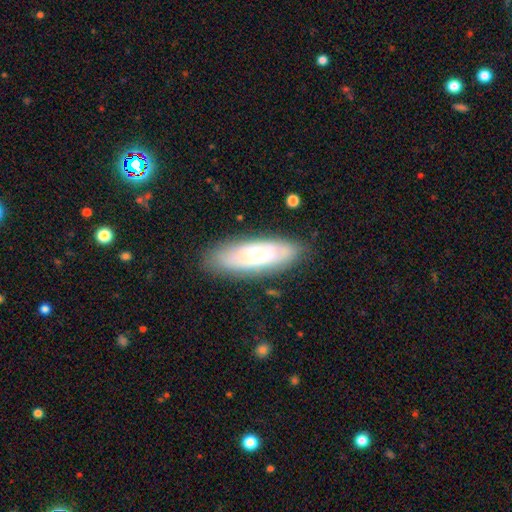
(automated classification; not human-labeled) Smooth or featured? featured or disk (53%)
Edge-on disk? no (72%)
Merging? none (82%)